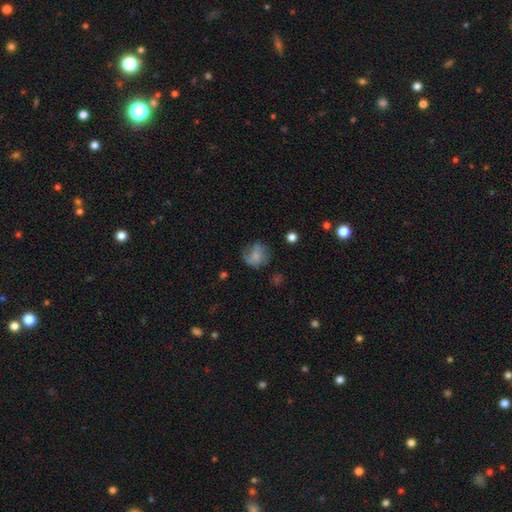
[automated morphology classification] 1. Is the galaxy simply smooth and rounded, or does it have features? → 59% smooth, 30% featured or disk, 11% star or artifact.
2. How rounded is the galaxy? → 72% round, 27% in between, 1% cigar-shaped.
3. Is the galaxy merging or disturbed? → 55% none, 25% minor disturbance, 17% major disturbance, 2% merger.